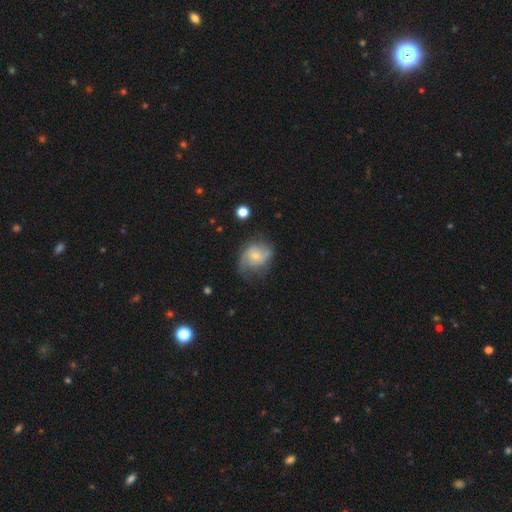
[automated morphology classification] This is possibly a featured or disk galaxy (57%). It is clearly not viewed edge-on (97%). Bar: likely no (74%). Spiral arm pattern: clearly yes (83%). Central bulge: likely small (63%). Merging: possibly none (53%).